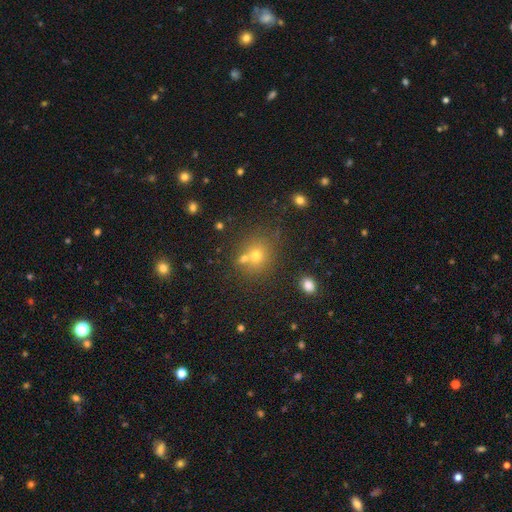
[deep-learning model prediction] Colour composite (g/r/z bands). It shows a smooth galaxy with no disk features (66%) that is round (79%). Merging: none (60%).